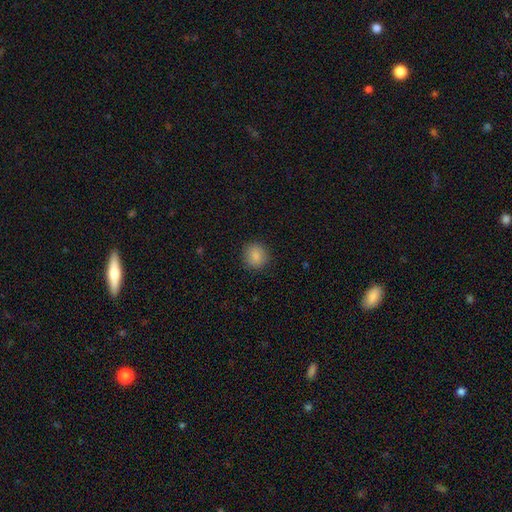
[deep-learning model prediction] Smooth or featured? Predicted: smooth (p=0.86). How rounded? Predicted: round (p=0.86). Merging? Predicted: none (p=0.89).